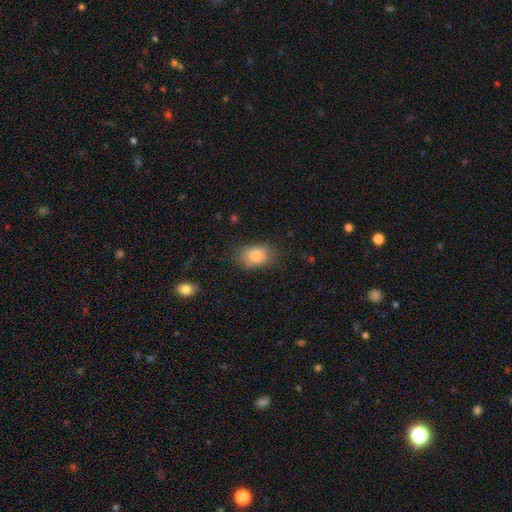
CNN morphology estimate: This is clearly a smooth galaxy (83%). How rounded: likely in between (78%). Merging: likely none (75%).